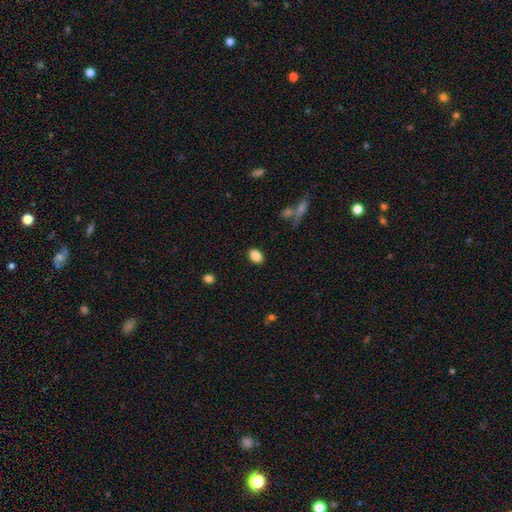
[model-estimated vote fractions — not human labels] The model was most divided on "how rounded": in between: 83%, round: 15%, cigar-shaped: 1%. More confident: smooth or featured — smooth (88%); merging — none (87%).